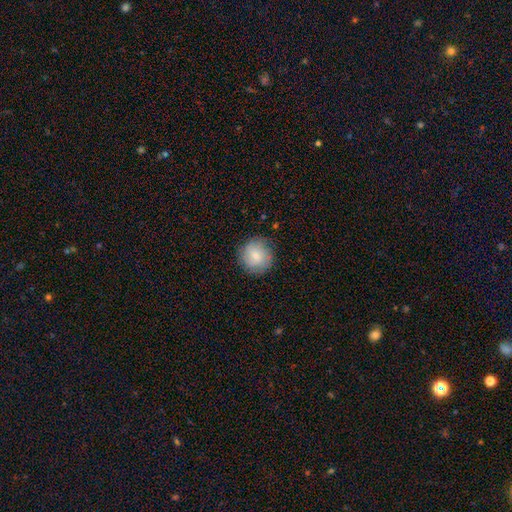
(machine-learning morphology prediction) Smooth or featured?
  - smooth: 76% *
  - featured or disk: 17%
  - star or artifact: 7%
How rounded?
  - round: 93% *
  - in between: 6%
  - cigar-shaped: 1%
Merging?
  - none: 84% *
  - minor disturbance: 11%
  - major disturbance: 3%
  - merger: 1%